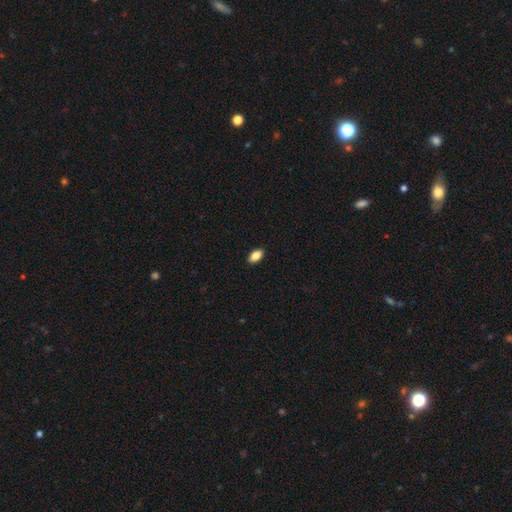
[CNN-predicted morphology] A smooth galaxy with no disk features (86%) that is in between round and cigar-shaped (91%). Merging: none (90%).